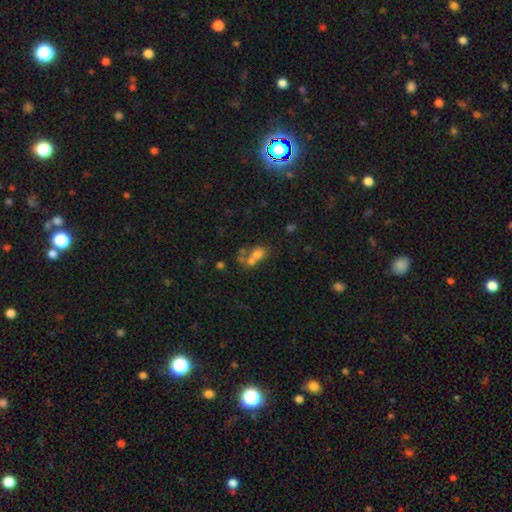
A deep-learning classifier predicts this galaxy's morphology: Smooth or featured?
  - smooth: 62% *
  - featured or disk: 22%
  - star or artifact: 17%
How rounded?
  - in between: 51% *
  - round: 47%
  - cigar-shaped: 2%
Merging?
  - merger: 55% *
  - none: 28%
  - minor disturbance: 9%
  - major disturbance: 8%